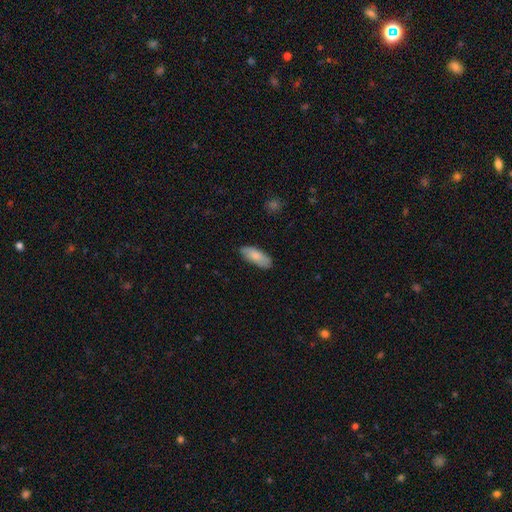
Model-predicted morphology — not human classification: Smooth or featured? Predicted: smooth (p=0.82). How rounded? Predicted: in between (p=0.75). Merging? Predicted: none (p=0.80).